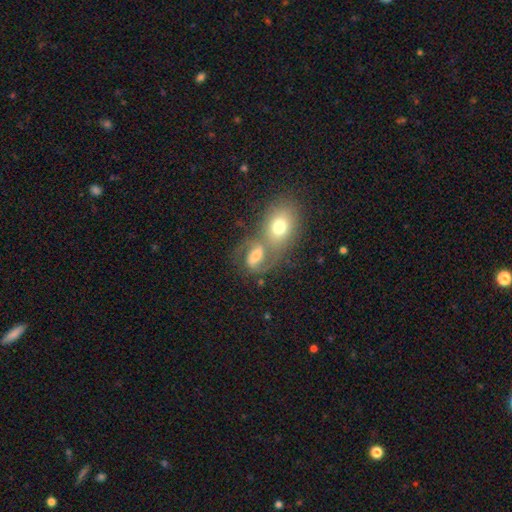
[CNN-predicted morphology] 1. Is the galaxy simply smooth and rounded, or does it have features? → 55% featured or disk, 34% smooth, 11% star or artifact.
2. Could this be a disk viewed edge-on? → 95% no, 5% yes.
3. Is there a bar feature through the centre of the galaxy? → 39% weak (tied), 39% no (tied), 22% strong.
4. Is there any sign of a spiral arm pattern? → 81% yes, 19% no.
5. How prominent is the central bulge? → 56% moderate, 23% small, 14% large, 4% none, 2% dominant.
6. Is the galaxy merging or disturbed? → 52% merger, 31% none, 10% minor disturbance, 7% major disturbance.